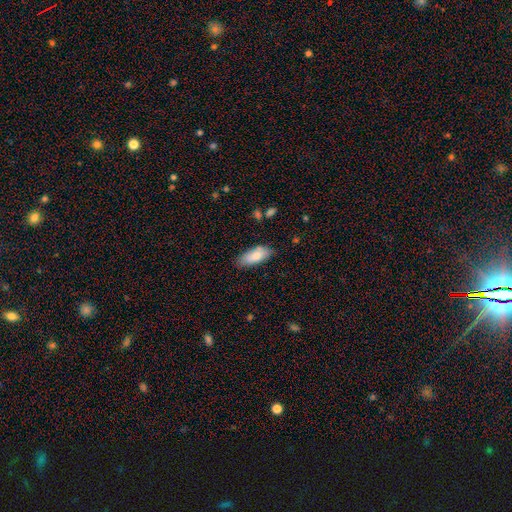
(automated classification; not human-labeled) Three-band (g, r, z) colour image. It shows a smooth galaxy with no disk features (80%) that is in between round and cigar-shaped (80%). Merging: none (77%).